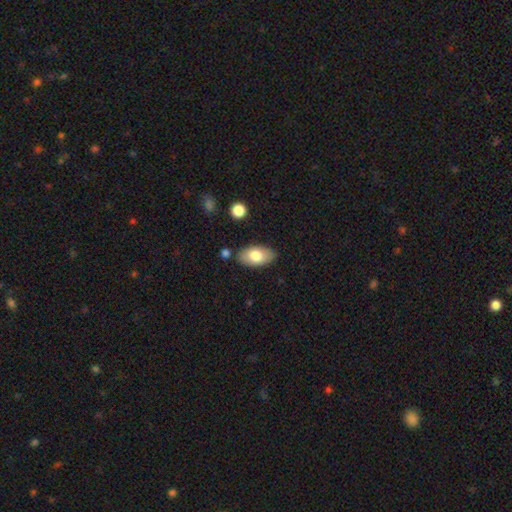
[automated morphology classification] Q: Smooth or featured?
A: smooth (77%); runner-up: featured or disk (17%)
Q: How rounded?
A: in between (94%); runner-up: round (4%)
Q: Merging?
A: none (82%); runner-up: minor disturbance (12%)